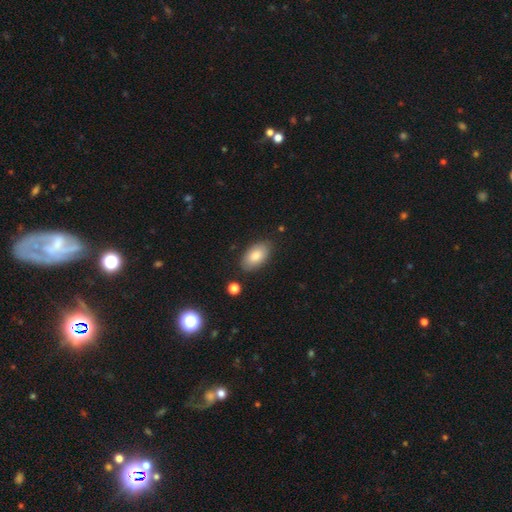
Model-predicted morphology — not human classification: A smooth galaxy with no disk features (82%) that is in between round and cigar-shaped (94%).

Vote fractions:
- Smooth or featured? smooth: 82% / featured or disk: 11% / star or artifact: 7%
- How rounded? in between: 94% / round: 4% / cigar-shaped: 2%
- Merging? none: 84% / minor disturbance: 11% / major disturbance: 3% / merger: 2%